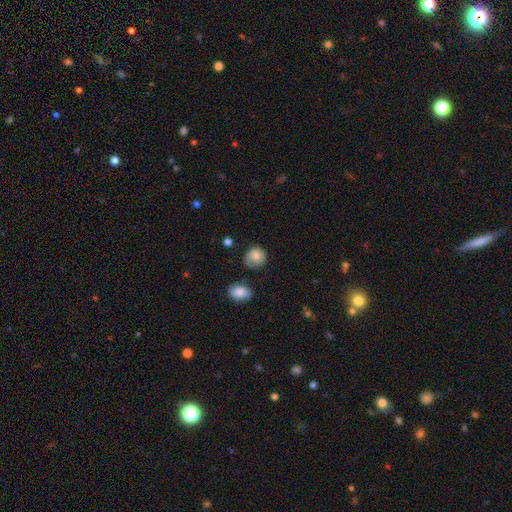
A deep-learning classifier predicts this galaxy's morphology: smooth-or-featured: smooth: 77% | featured or disk: 15% | star or artifact: 8%
  how-rounded: round: 78% | in between: 21% | cigar-shaped: 1%
  merging: none: 57% | minor disturbance: 29% | major disturbance: 11% | merger: 3%